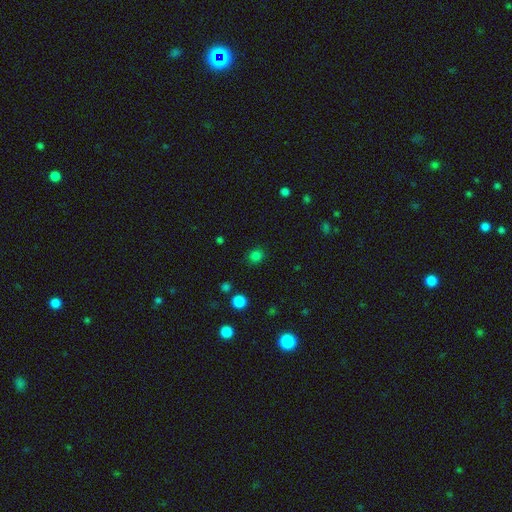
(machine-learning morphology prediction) The model was most divided on "smooth or featured": smooth: 79%, star or artifact: 17%, featured or disk: 4%. More confident: merging — none (87%); how rounded — round (81%).